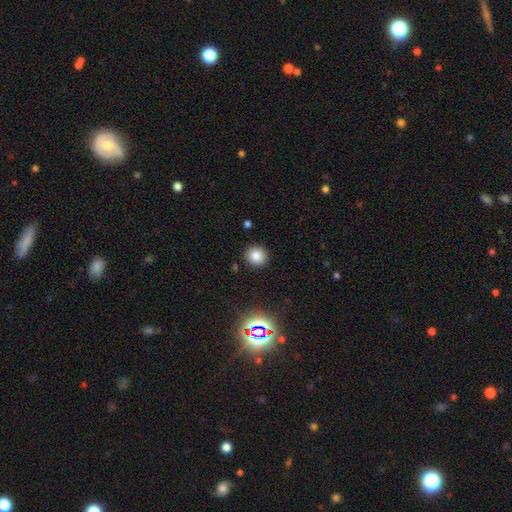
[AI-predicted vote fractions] The model was most divided on "smooth or featured": smooth: 81%, star or artifact: 13%, featured or disk: 6%. More confident: how rounded — round (91%); merging — none (90%).